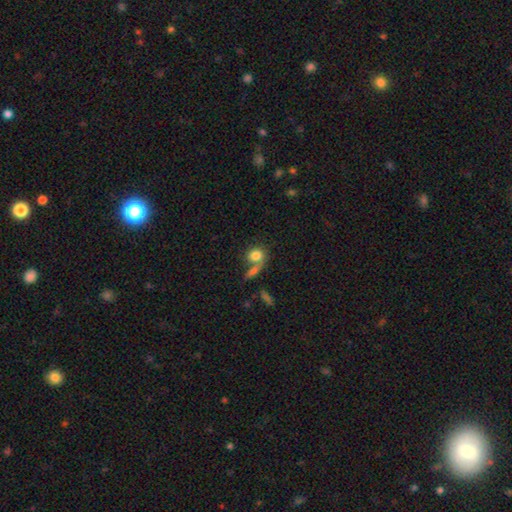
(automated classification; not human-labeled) A smooth galaxy with no disk features (79%) that is round (66%). Merging: none (40%).